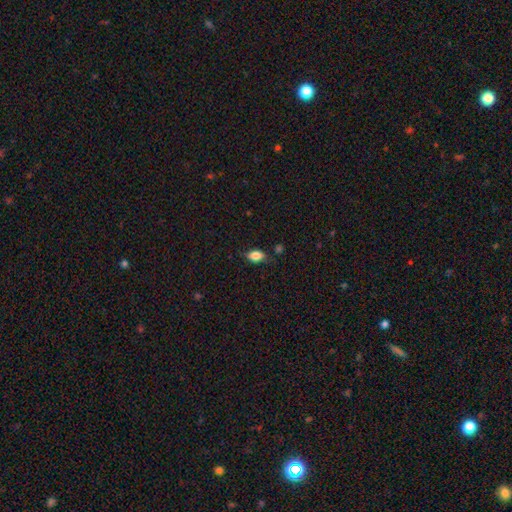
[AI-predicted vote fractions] smooth-or-featured: smooth: 80% | featured or disk: 11% | star or artifact: 9%
  how-rounded: in between: 84% | round: 12% | cigar-shaped: 4%
  merging: none: 71% | minor disturbance: 21% | major disturbance: 5% | merger: 2%